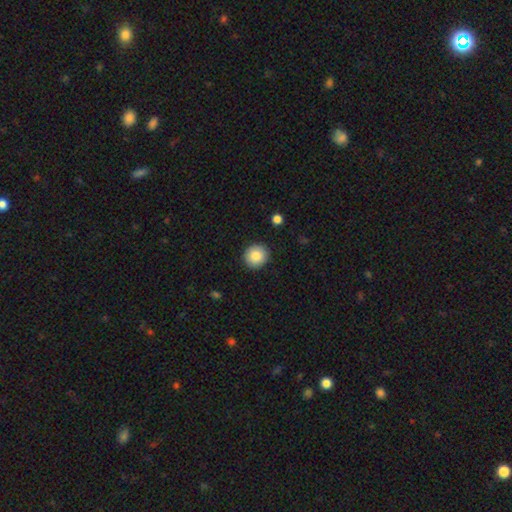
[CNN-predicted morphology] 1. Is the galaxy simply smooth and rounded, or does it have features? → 86% smooth, 8% star or artifact, 6% featured or disk.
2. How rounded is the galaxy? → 90% round, 9% in between, 1% cigar-shaped.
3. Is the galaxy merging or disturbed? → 91% none, 6% minor disturbance, 2% major disturbance, 1% merger.